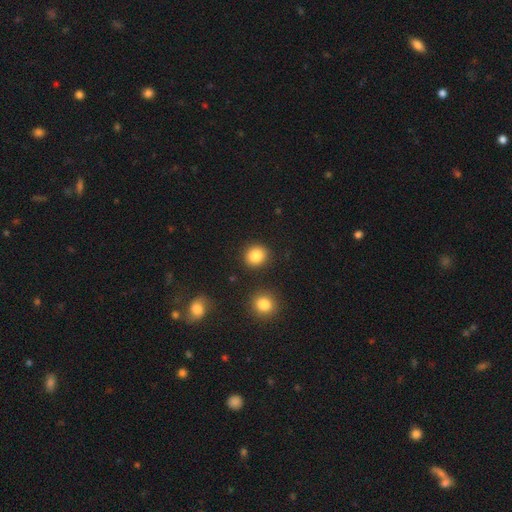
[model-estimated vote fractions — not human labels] smooth-or-featured: smooth: 86% | star or artifact: 9% | featured or disk: 5%
  how-rounded: round: 80% | in between: 19% | cigar-shaped: 1%
  merging: none: 87% | minor disturbance: 7% | merger: 3% | major disturbance: 2%